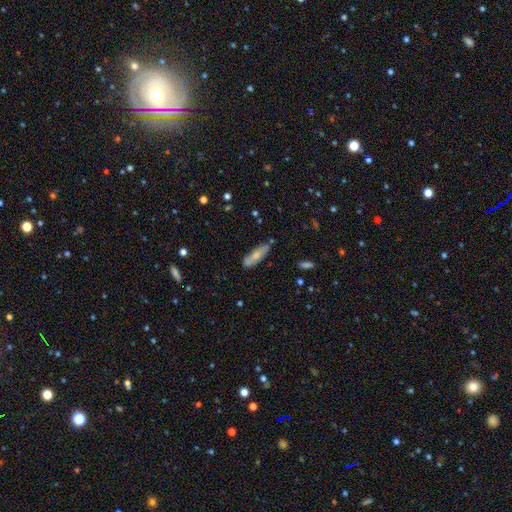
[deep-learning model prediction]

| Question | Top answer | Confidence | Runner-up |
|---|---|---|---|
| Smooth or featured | smooth | 67% | featured or disk (27%) |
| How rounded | in between | 50% | cigar-shaped (48%) |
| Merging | none | 70% | minor disturbance (21%) |